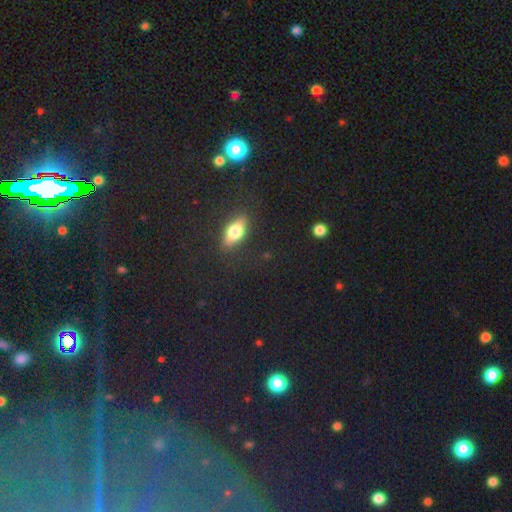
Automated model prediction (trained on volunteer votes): Smooth or featured?
  - star or artifact: 47% *
  - smooth: 38%
  - featured or disk: 15%